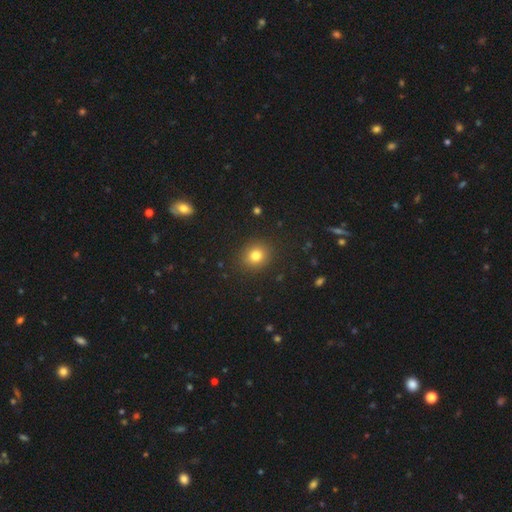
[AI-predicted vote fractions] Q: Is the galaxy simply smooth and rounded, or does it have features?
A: smooth — 80%.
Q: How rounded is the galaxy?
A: round — 77%.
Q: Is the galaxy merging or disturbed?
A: none — 89%.